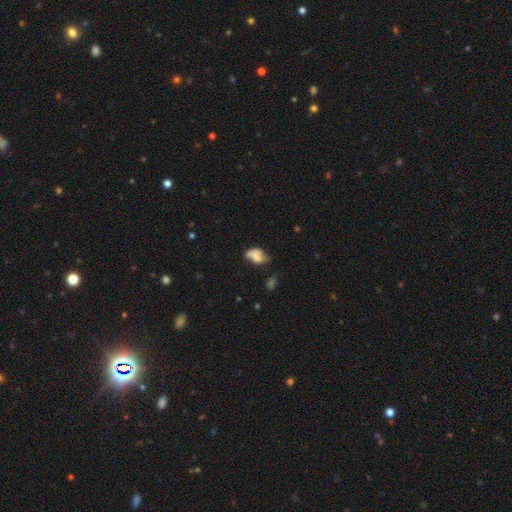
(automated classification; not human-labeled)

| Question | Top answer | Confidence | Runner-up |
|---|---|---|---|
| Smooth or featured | smooth | 66% | featured or disk (24%) |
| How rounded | in between | 88% | round (9%) |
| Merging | none | 37% | minor disturbance (35%) |